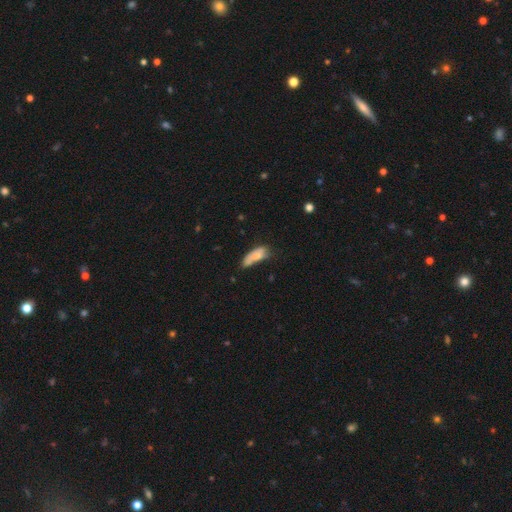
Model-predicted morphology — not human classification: The model was most divided on "merging": none: 36%, minor disturbance: 35%, major disturbance: 18%, merger: 11%. More confident: smooth or featured — smooth (73%); how rounded — in between (63%).